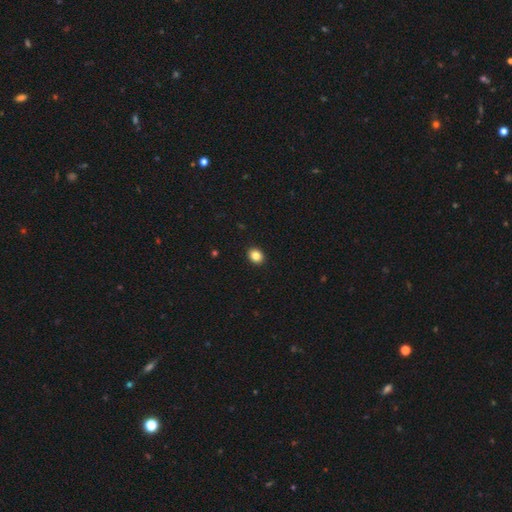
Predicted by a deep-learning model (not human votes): This appears to be a smooth galaxy with no disk features (85%) that is round (56%). Merging: none (92%).